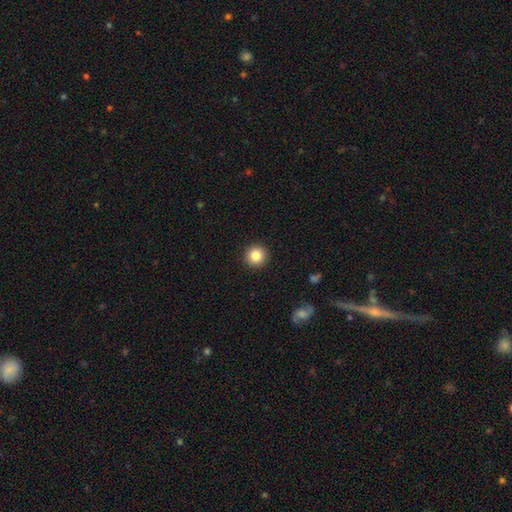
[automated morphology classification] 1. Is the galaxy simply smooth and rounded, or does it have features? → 85% smooth, 10% star or artifact, 6% featured or disk.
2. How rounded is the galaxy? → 95% round, 4% in between, 1% cigar-shaped.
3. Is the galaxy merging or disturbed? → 93% none, 5% minor disturbance, 2% major disturbance, 1% merger.